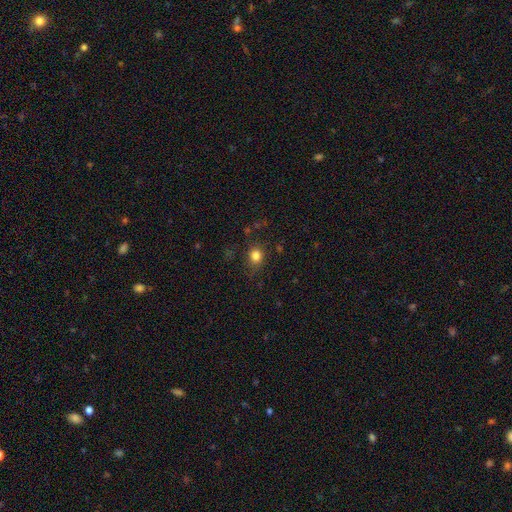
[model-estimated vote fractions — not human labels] Overall: smooth (81%). How rounded: round (74%). Merging: none (80%).